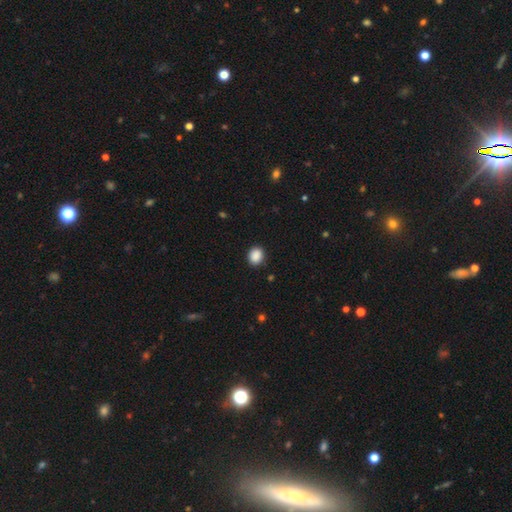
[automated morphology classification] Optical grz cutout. It shows a smooth galaxy with no disk features (89%) that is round (57%). Merging: none (89%).